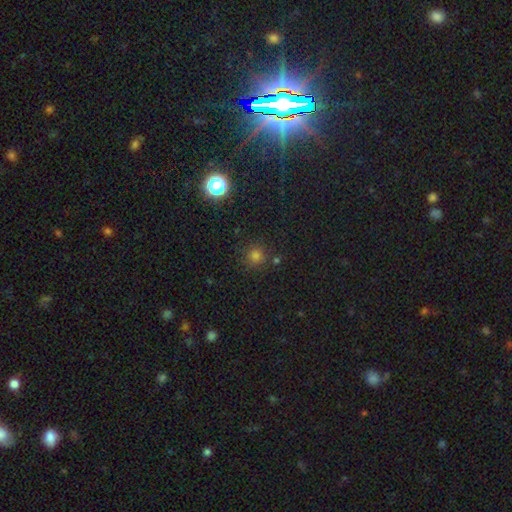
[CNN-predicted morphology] The model was most divided on "smooth or featured": smooth: 73%, star or artifact: 21%, featured or disk: 5%. More confident: how rounded — round (93%); merging — none (82%).